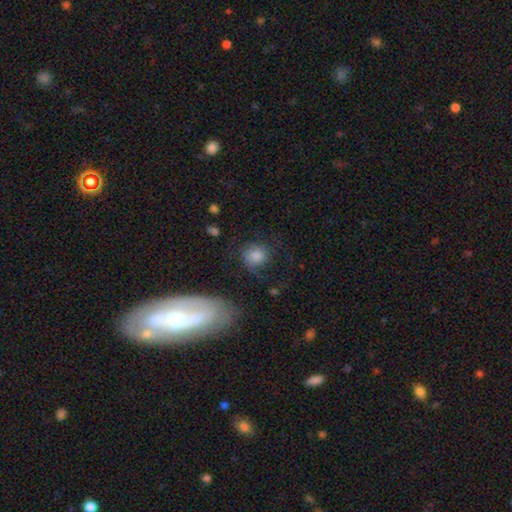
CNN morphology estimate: A smooth galaxy with no disk features (70%) that is round (80%).

Vote fractions:
- Smooth or featured? smooth: 70% / featured or disk: 18% / star or artifact: 12%
- How rounded? round: 80% / in between: 19% / cigar-shaped: 2%
- Merging? none: 62% / minor disturbance: 20% / major disturbance: 13% / merger: 4%